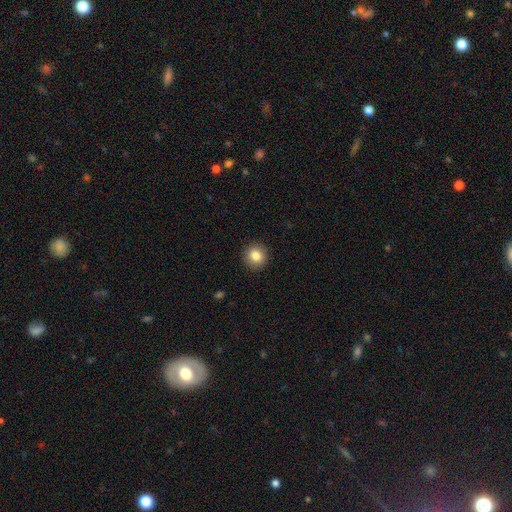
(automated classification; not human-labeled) Overall: smooth (85%). How rounded: round (89%). Merging: none (91%).